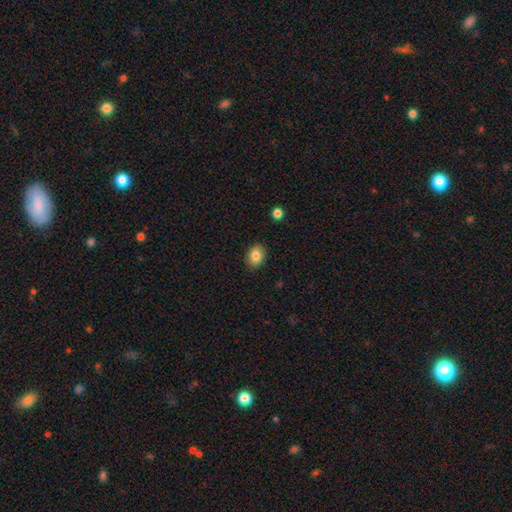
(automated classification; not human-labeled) The model was most divided on "how rounded": in between: 59%, round: 40%, cigar-shaped: 1%. More confident: merging — none (89%); smooth or featured — smooth (84%).